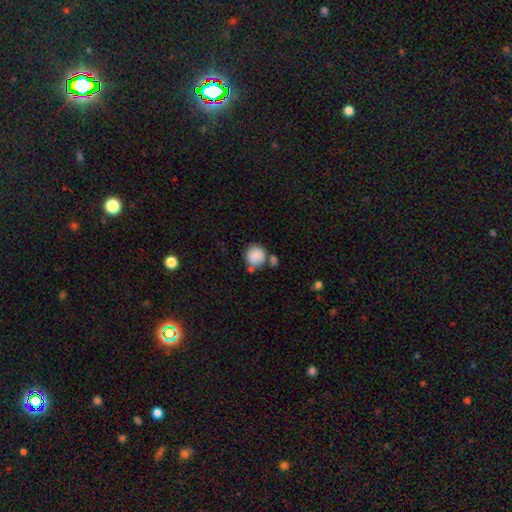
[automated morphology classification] smooth_or_featured: smooth (p=0.86) [alt: star or artifact p=0.08]
how_rounded: round (p=0.87) [alt: in between p=0.12]
merging: none (p=0.59) [alt: merger p=0.20]